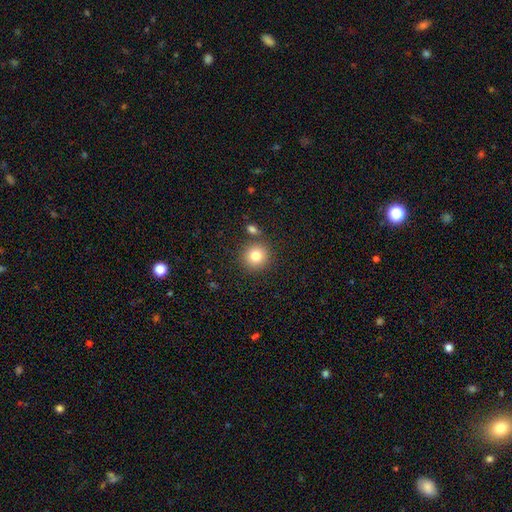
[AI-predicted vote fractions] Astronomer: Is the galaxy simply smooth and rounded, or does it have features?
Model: smooth — 81%.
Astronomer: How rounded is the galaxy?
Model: round — 92%.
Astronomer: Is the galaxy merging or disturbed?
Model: none — 82%.